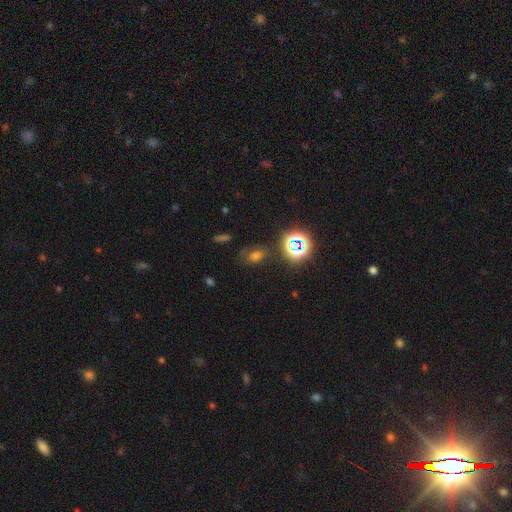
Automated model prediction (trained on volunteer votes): Smooth or featured? Predicted: smooth (p=0.56). How rounded? Predicted: in between (p=0.70). Merging? Predicted: none (p=0.65).